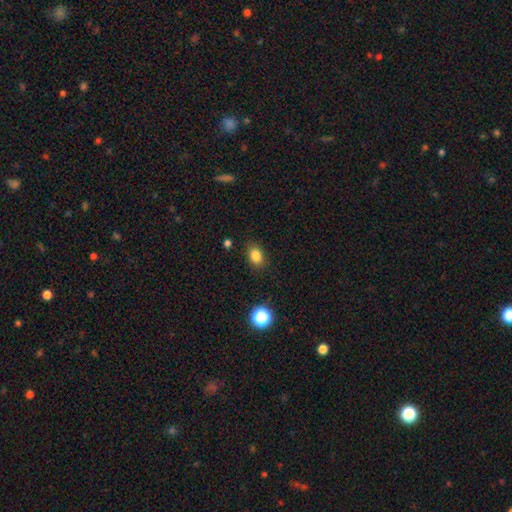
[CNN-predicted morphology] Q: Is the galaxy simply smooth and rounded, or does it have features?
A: smooth — 83%.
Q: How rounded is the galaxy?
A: in between — 68%.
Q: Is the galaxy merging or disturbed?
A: none — 84%.